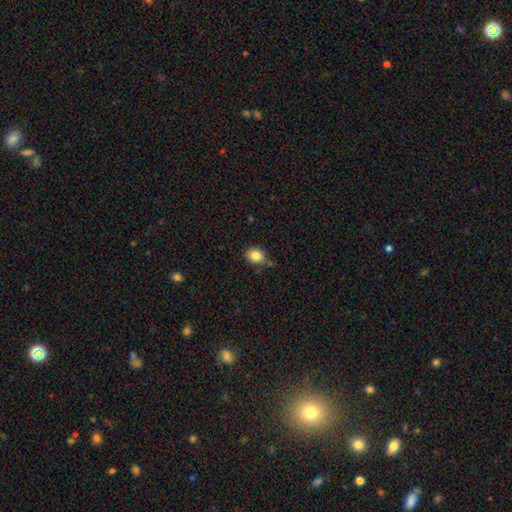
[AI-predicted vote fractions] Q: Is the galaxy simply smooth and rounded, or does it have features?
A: smooth — 84%.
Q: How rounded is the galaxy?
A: round — 67%.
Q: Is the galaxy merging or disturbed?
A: none — 73%.